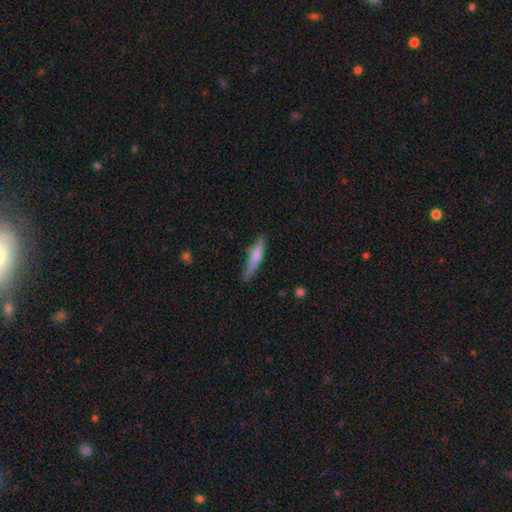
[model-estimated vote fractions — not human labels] Smooth or featured? Predicted: smooth (p=0.67). How rounded? Predicted: cigar-shaped (p=0.89). Merging? Predicted: none (p=0.75).